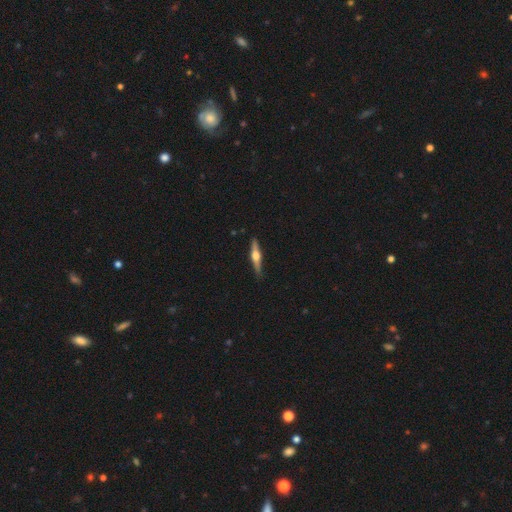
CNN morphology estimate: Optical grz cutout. It shows a featured or disk galaxy (72%) viewed edge-on (98%) with a rounded central bulge (93%). Merging: none (89%).